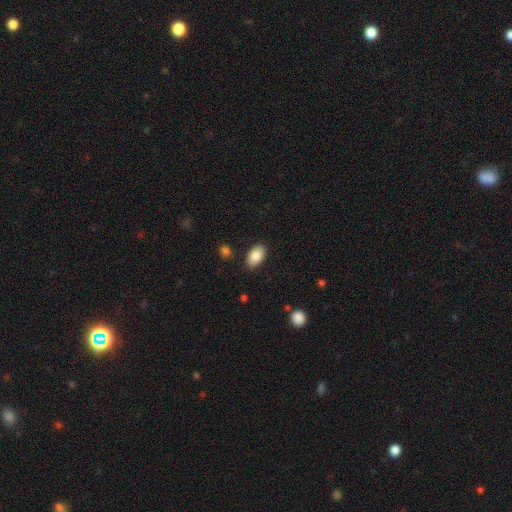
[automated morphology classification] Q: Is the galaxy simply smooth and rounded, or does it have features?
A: smooth — 84%.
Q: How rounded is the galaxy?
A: in between — 93%.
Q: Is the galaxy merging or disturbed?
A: none — 85%.